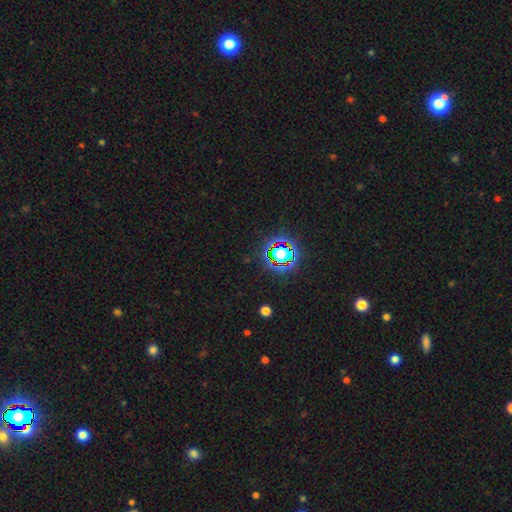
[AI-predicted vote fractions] Morphology: type=star or artifact (80%).